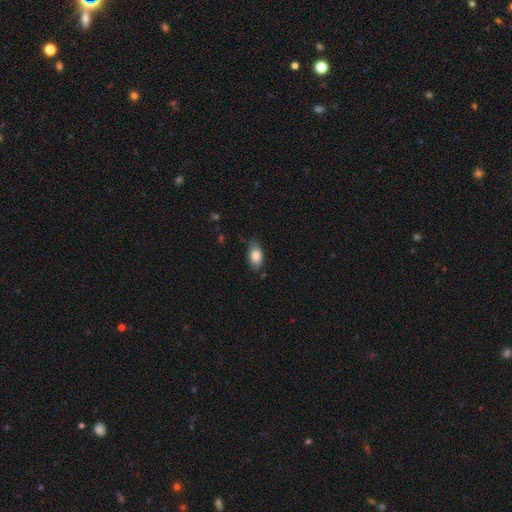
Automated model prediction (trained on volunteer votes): Q: Smooth or featured?
A: smooth (82%); runner-up: featured or disk (11%)
Q: How rounded?
A: in between (90%); runner-up: cigar-shaped (6%)
Q: Merging?
A: none (73%); runner-up: minor disturbance (22%)